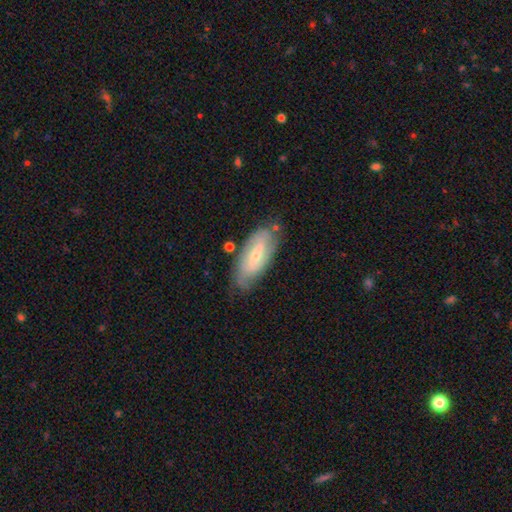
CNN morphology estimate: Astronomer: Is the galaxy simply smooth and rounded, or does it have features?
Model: featured or disk — 63%.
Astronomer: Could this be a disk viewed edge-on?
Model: no — 88%.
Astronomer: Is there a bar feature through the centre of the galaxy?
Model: weak — 46% (runner-up: strong, 30%).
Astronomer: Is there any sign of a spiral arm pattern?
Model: yes — 80%.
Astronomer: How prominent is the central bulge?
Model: small — 63%.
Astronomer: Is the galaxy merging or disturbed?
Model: none — 70%.